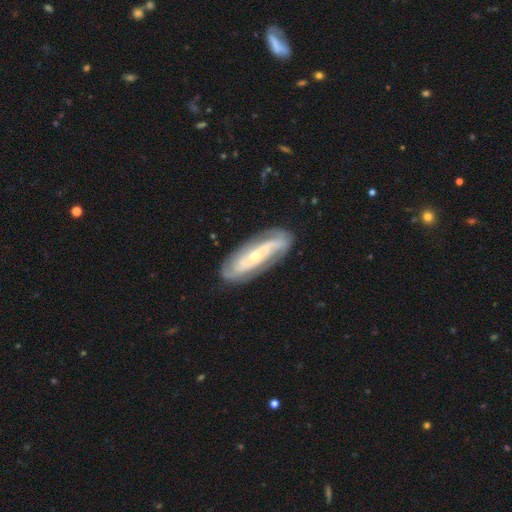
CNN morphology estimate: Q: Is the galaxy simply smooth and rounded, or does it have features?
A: featured or disk — 80%.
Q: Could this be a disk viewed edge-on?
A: no — 87%.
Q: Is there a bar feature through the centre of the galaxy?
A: no — 58%.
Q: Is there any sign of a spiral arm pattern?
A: yes — 90%.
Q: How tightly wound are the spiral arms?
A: tight — 57%.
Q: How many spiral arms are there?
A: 2 — 50%.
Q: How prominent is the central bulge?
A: small — 57%.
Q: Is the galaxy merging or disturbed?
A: none — 81%.